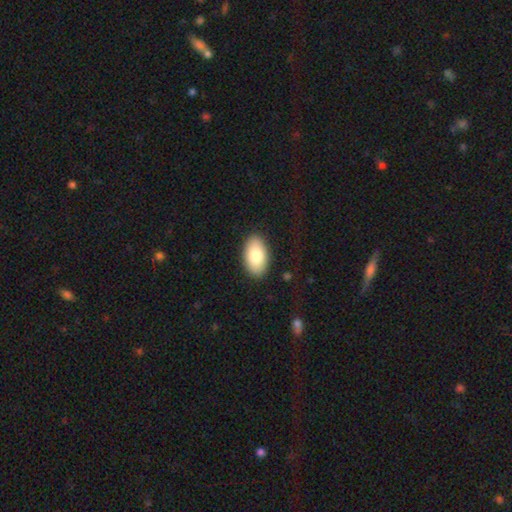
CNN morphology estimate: smooth_or_featured: smooth (p=0.80) [alt: featured or disk p=0.14]
how_rounded: in between (p=0.95) [alt: round p=0.04]
merging: none (p=0.89) [alt: minor disturbance p=0.08]